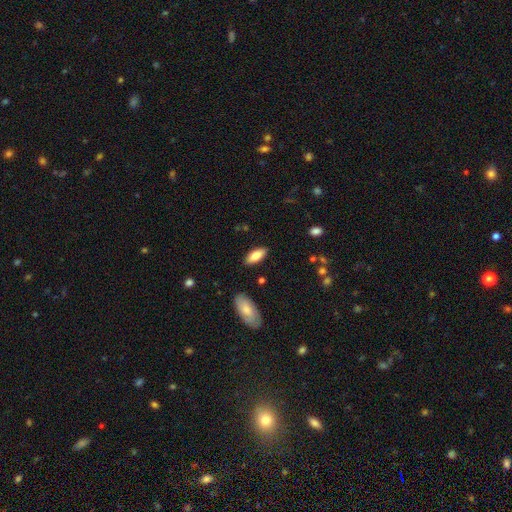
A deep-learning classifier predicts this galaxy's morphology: smooth-or-featured: smooth: 81% | featured or disk: 13% | star or artifact: 6%
  how-rounded: in between: 80% | cigar-shaped: 18% | round: 2%
  merging: none: 87% | minor disturbance: 9% | major disturbance: 2% | merger: 2%